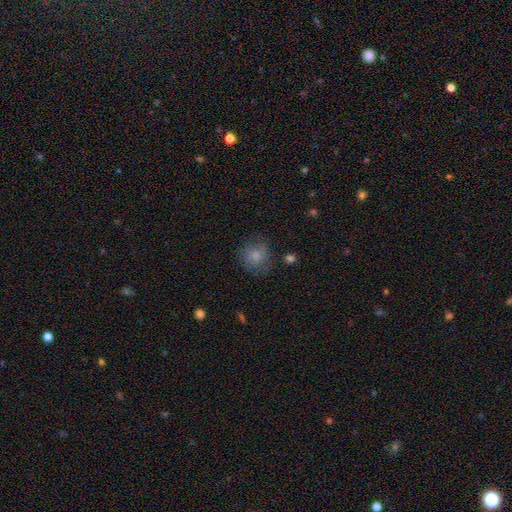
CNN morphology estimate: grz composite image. It shows a smooth galaxy with no disk features (81%) that is round (88%). Merging: none (76%).